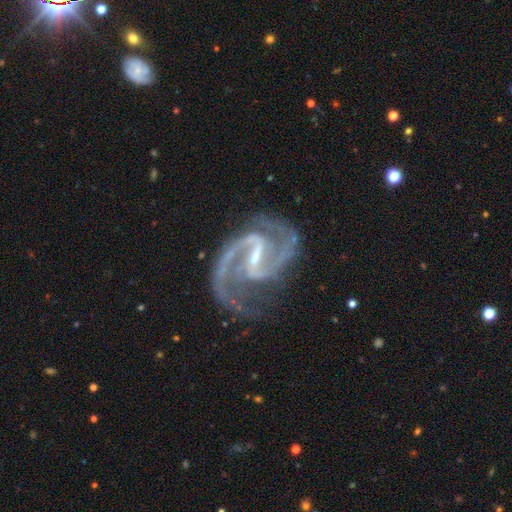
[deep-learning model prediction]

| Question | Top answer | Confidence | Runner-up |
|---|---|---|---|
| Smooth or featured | featured or disk | 94% | star or artifact (4%) |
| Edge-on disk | no | 98% | yes (2%) |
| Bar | strong | 49% | weak (42%) |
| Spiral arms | yes | 99% | no (1%) |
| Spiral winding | medium | 65% | loose (17%) |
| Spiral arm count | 2 | 90% | 3 (4%) |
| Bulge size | small | 69% | moderate (21%) |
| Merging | none | 70% | minor disturbance (18%) |